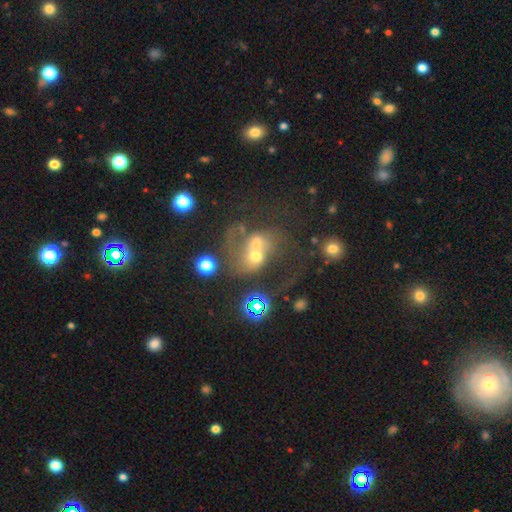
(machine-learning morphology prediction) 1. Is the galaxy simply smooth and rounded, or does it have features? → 44% featured or disk, 36% smooth, 20% star or artifact.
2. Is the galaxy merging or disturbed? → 67% merger, 15% major disturbance, 13% none, 6% minor disturbance.